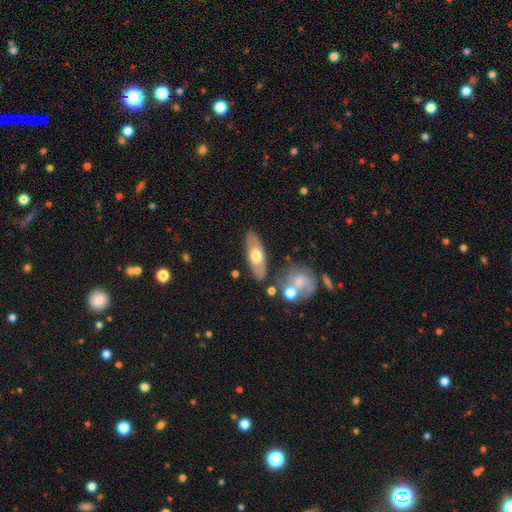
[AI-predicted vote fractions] Smooth or featured? smooth (54%)
How rounded? in between (68%)
Merging? none (78%)